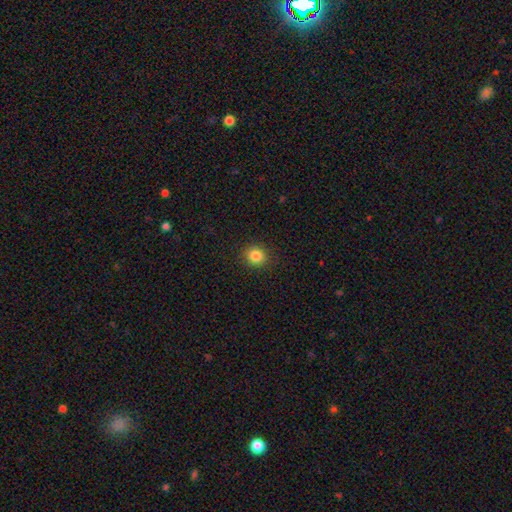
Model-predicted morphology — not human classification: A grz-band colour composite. It shows a smooth galaxy with no disk features (85%) that is round (88%). Merging: none (91%).